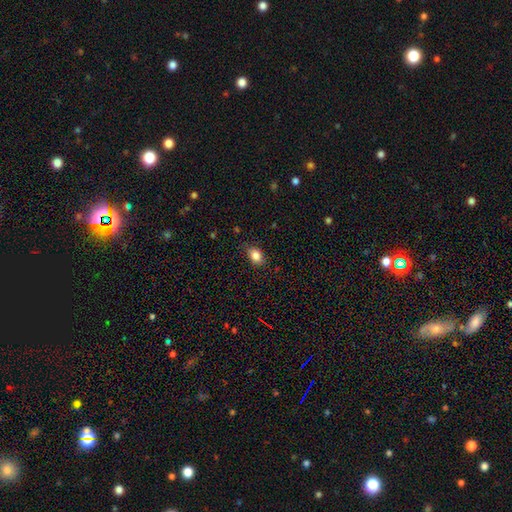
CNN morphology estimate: smooth-or-featured: smooth: 85% | star or artifact: 9% | featured or disk: 6%
  how-rounded: in between: 72% | round: 27% | cigar-shaped: 1%
  merging: none: 82% | minor disturbance: 14% | major disturbance: 3% | merger: 1%